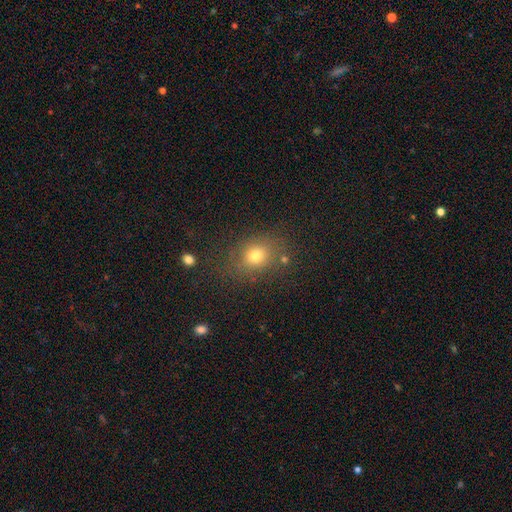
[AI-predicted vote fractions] This appears to be a smooth galaxy with no disk features (73%) that is round (55%). Merging: none (76%).